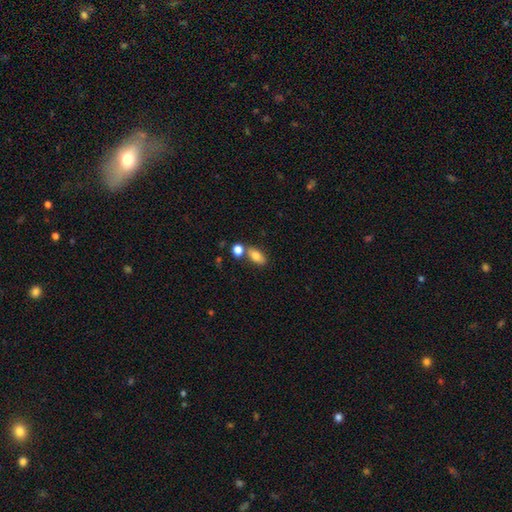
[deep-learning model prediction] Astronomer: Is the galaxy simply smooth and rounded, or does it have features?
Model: smooth — 79%.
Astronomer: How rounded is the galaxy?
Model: in between — 84%.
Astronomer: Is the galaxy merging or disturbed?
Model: none — 62%.